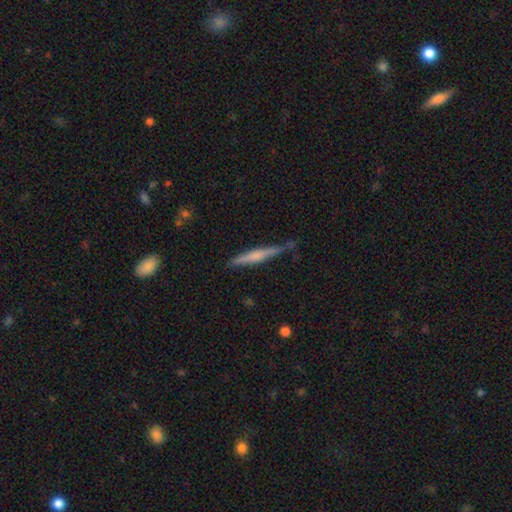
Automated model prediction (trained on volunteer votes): Smooth or featured? featured or disk (49%)
Merging? none (78%)